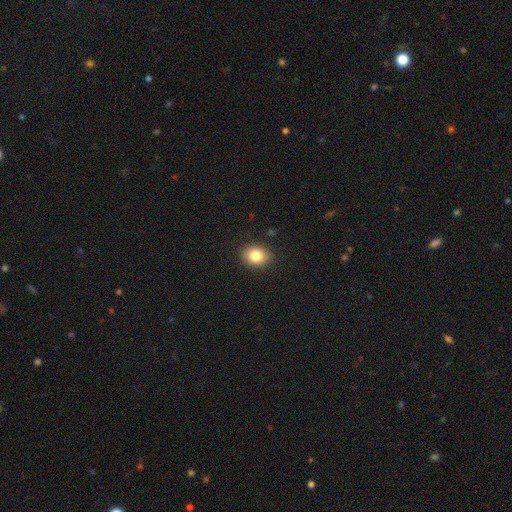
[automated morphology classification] Smooth or featured? smooth (83%)
How rounded? in between (50%)
Merging? none (89%)